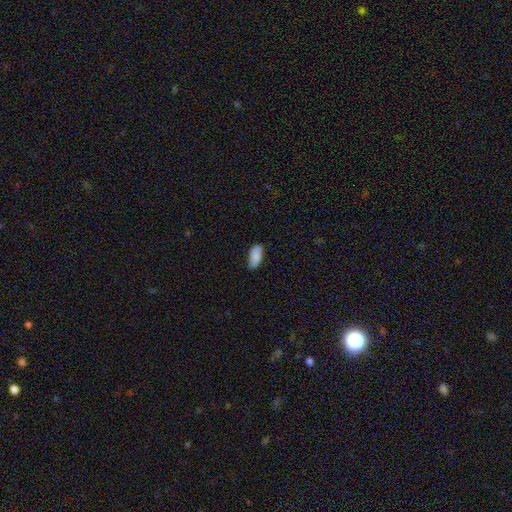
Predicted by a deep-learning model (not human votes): Morphology: type=smooth (81%); roundness=in between (90%); merging=none (79%).